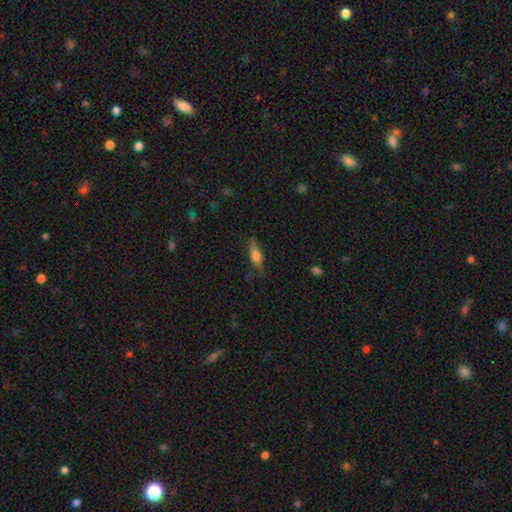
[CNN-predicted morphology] smooth-or-featured: smooth: 65% | featured or disk: 28% | star or artifact: 8%
  how-rounded: in between: 53% | cigar-shaped: 44% | round: 3%
  merging: none: 72% | minor disturbance: 21% | major disturbance: 5% | merger: 2%